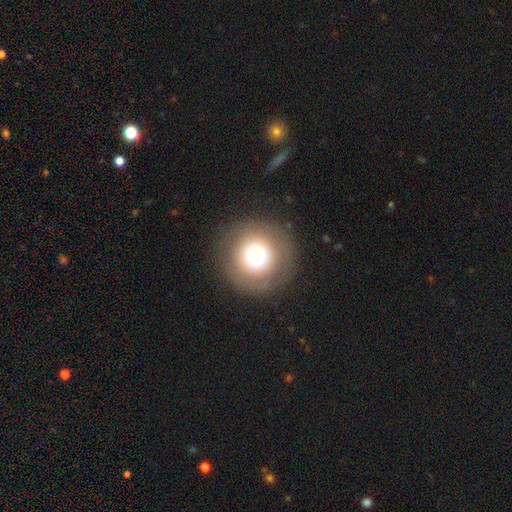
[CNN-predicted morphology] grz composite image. It shows a smooth galaxy with no disk features (66%) that is round (96%). Merging: none (86%).